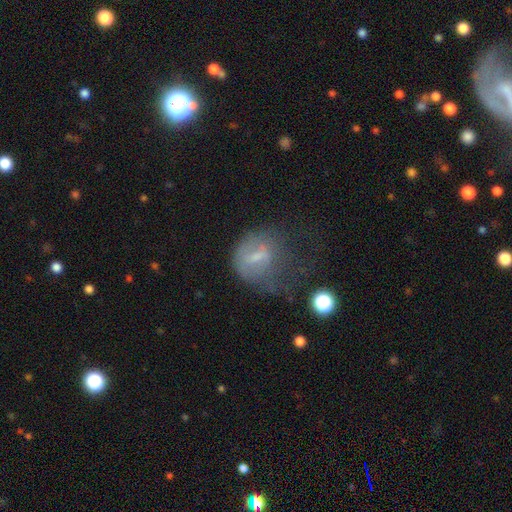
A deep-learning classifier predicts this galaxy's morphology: A smooth galaxy with no disk features (47%). Merging: major disturbance (43%).